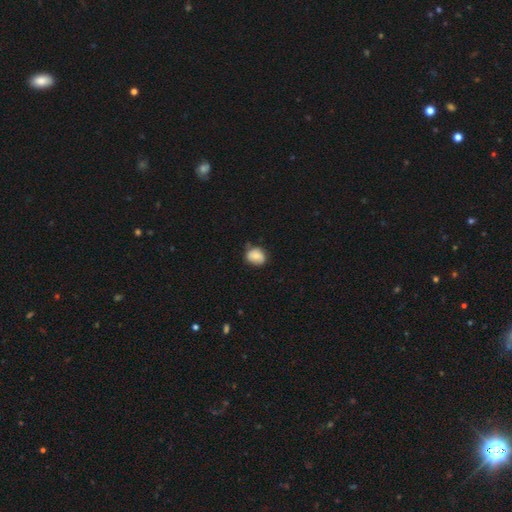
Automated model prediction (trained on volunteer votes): Overall: smooth (71%). How rounded: round (58%; in between 41%). Merging: none (63%; minor disturbance 29%).